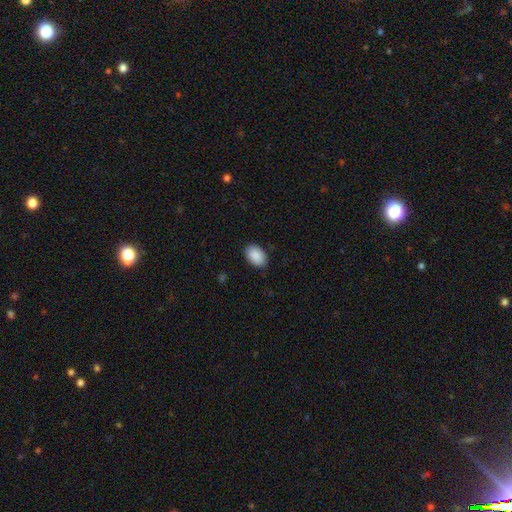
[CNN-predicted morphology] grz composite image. It shows a smooth galaxy with no disk features (91%) that is in between round and cigar-shaped (87%). Merging: none (88%).